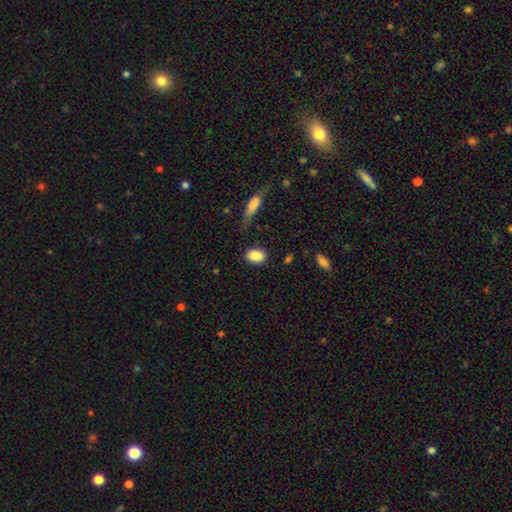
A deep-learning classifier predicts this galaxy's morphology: This is clearly a smooth galaxy (87%). How rounded: clearly in between (82%). Merging: clearly none (83%).